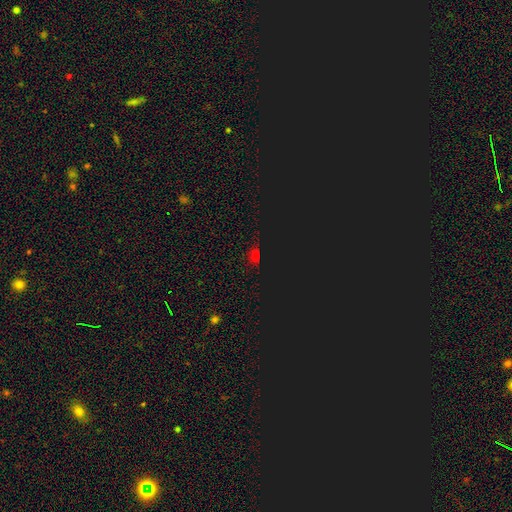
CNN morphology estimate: This appears to be a star or artifact, not a galaxy (63%).